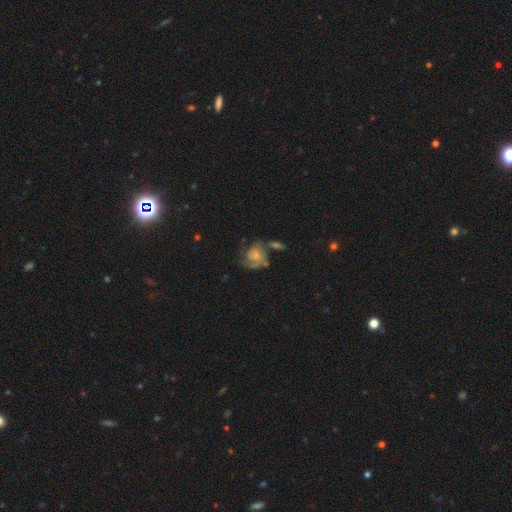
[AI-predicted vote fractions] Smooth or featured: featured or disk — 72% (smooth — 21%)
Edge-on disk: no — 98% (yes — 2%)
Bar: no — 69% (weak — 27%)
Spiral arms: yes — 91% (no — 9%)
Spiral winding: tight — 45% (medium — 40%)
Spiral arm count: 2 — 43% (can't tell — 21%)
Bulge size: small — 53% (moderate — 27%)
Merging: none — 44% (minor disturbance — 21%)